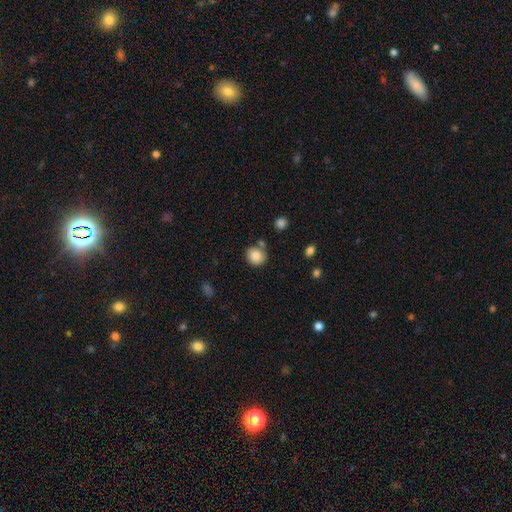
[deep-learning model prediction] Smooth or featured? Predicted: smooth (p=0.86). How rounded? Predicted: round (p=0.80). Merging? Predicted: none (p=0.69).